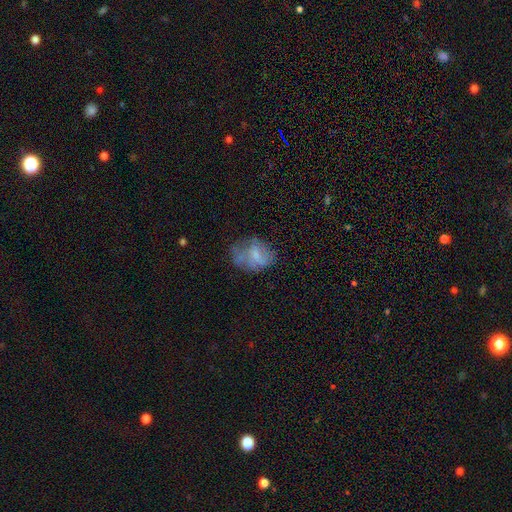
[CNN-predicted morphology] Overall: smooth (49%; featured or disk 41%). Merging: none (47%; minor disturbance 28%).